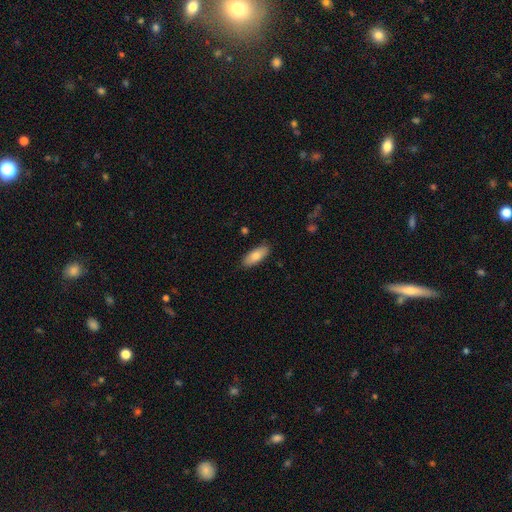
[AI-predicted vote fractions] smooth-or-featured: smooth: 77% | featured or disk: 17% | star or artifact: 6%
  how-rounded: in between: 77% | cigar-shaped: 21% | round: 2%
  merging: none: 87% | minor disturbance: 10% | major disturbance: 2% | merger: 1%